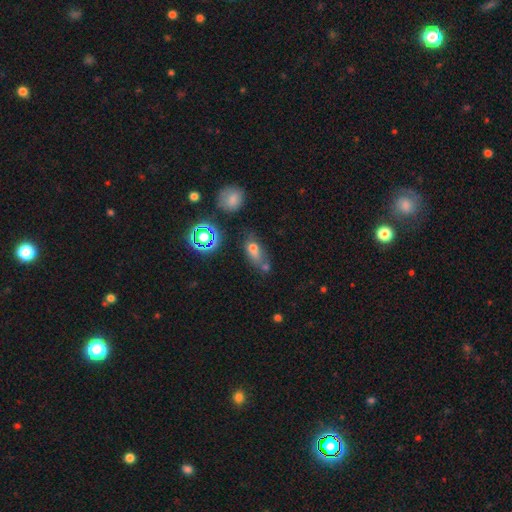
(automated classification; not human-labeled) Morphology: type=smooth (56%); roundness=in between (66%); merging=none (55%).